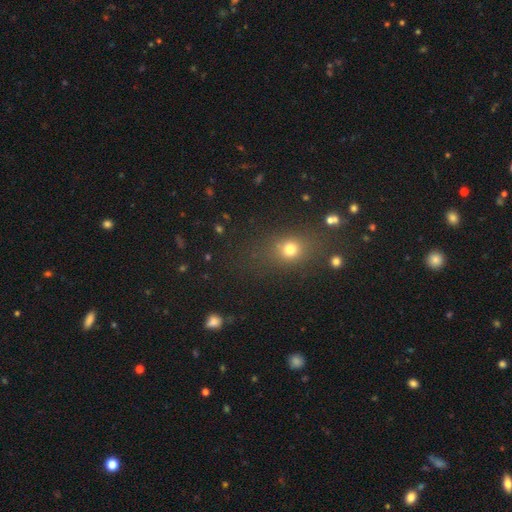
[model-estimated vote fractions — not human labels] A smooth galaxy with no disk features (58%) that is round (52%).

Vote fractions:
- Smooth or featured? smooth: 58% / star or artifact: 32% / featured or disk: 10%
- How rounded? round: 52% / in between: 44% / cigar-shaped: 4%
- Merging? none: 81% / minor disturbance: 11% / major disturbance: 4% / merger: 4%